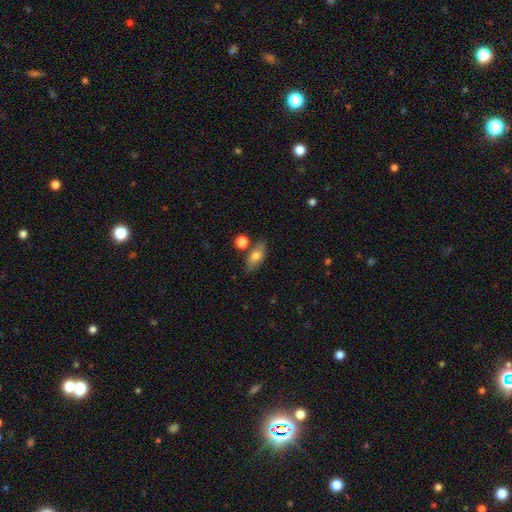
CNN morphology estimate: Overall: smooth (71%). How rounded: in between (81%). Merging: none (73%).